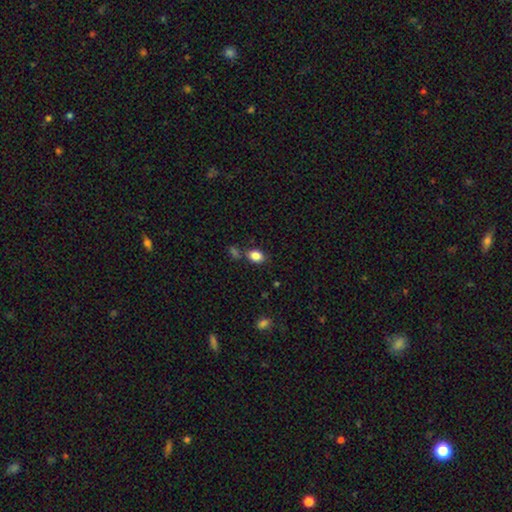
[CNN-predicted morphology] Overall: smooth (85%). How rounded: in between (74%). Merging: none (70%).